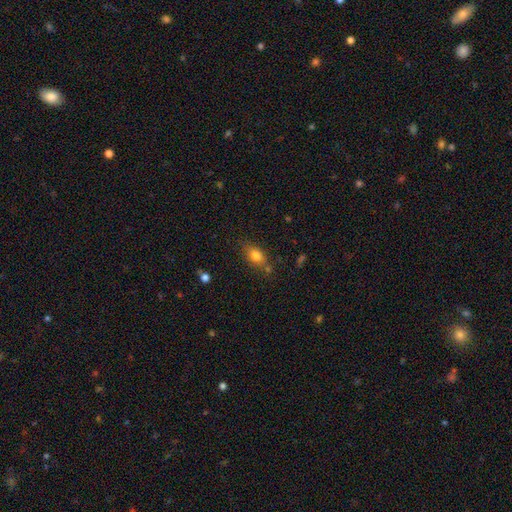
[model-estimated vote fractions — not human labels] Smooth or featured? Predicted: smooth (p=0.79). How rounded? Predicted: in between (p=0.75). Merging? Predicted: none (p=0.71).